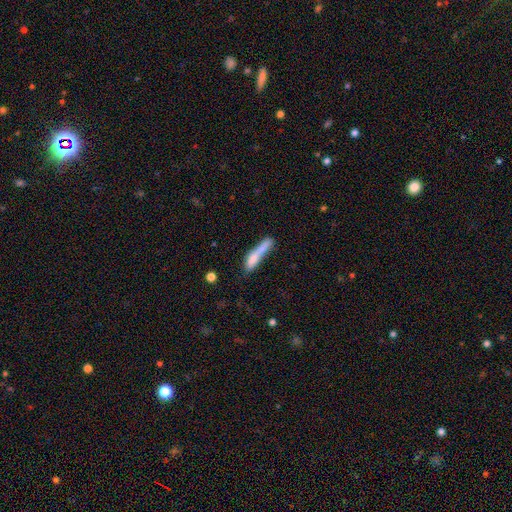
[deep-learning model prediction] smooth 67%, featured or disk 24%, star or artifact 8%. Down the decision tree: how rounded — cigar-shaped (85%); merging — none (38%).